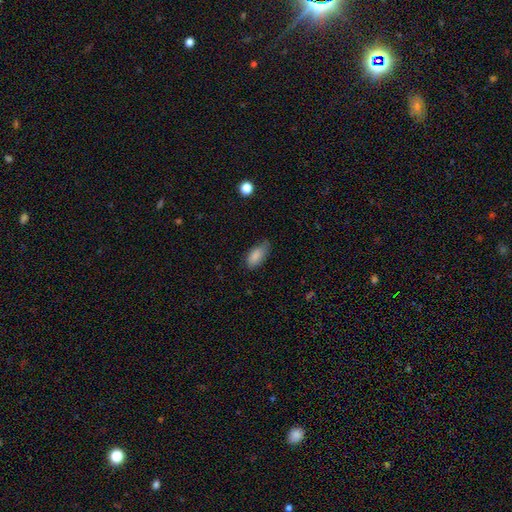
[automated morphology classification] This is clearly a smooth galaxy (86%). How rounded: clearly in between (91%). Merging: likely none (63%).